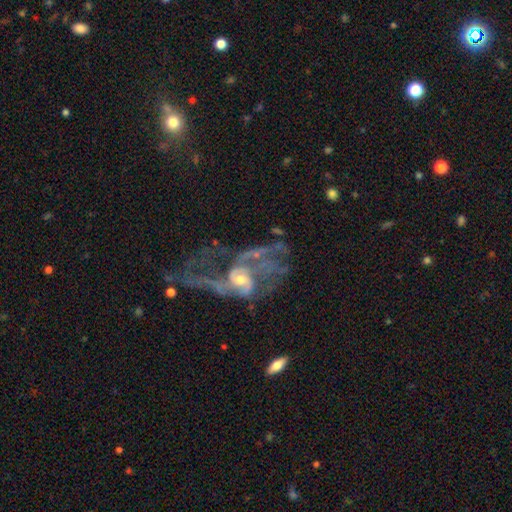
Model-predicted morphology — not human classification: A featured or disk galaxy (78%) with no bar (66%), 2 (36%) loose (54%) spiral arms (75%) and a small central bulge (48%). Merging: major disturbance (49%).